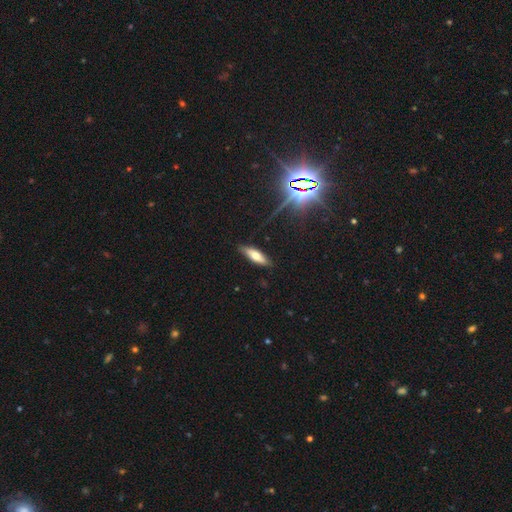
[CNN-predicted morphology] Smooth or featured? Predicted: smooth (p=0.63). How rounded? Predicted: cigar-shaped (p=0.53). Merging? Predicted: none (p=0.85).